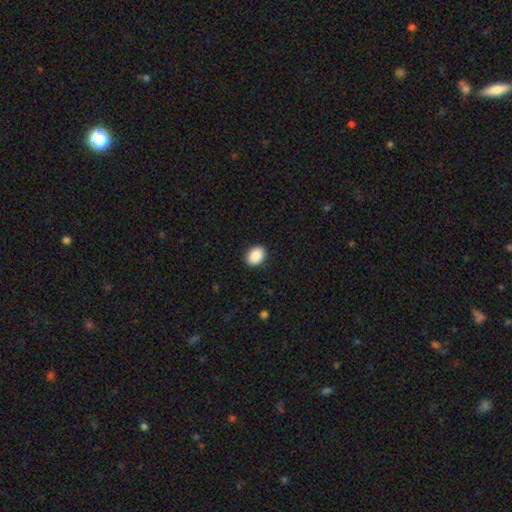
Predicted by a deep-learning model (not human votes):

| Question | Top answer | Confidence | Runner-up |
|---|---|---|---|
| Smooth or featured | smooth | 90% | star or artifact (7%) |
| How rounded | in between | 72% | round (27%) |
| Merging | none | 90% | minor disturbance (7%) |